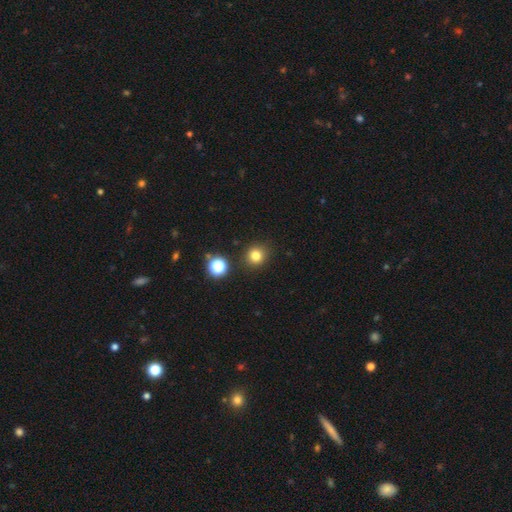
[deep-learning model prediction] This appears to be a smooth galaxy with no disk features (79%) that is round (88%). Merging: none (86%).